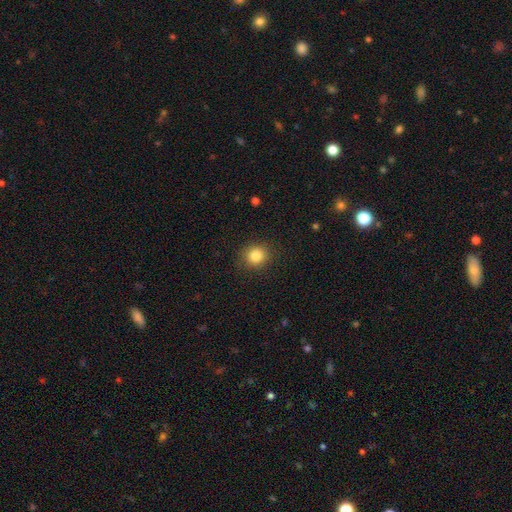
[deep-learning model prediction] Smooth or featured? Predicted: smooth (p=0.85). How rounded? Predicted: round (p=0.82). Merging? Predicted: none (p=0.87).